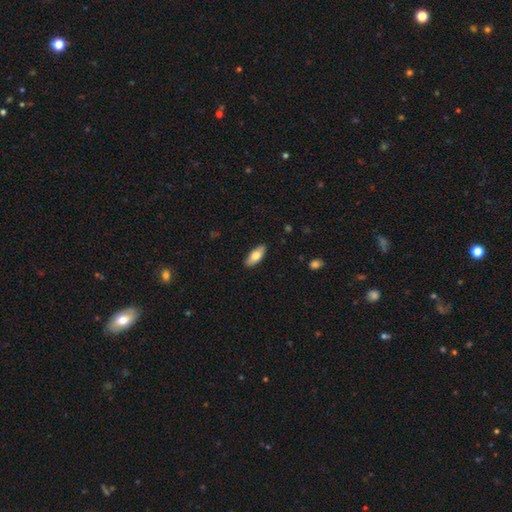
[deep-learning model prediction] Smooth or featured: smooth — 74% (featured or disk — 21%)
How rounded: in between — 82% (cigar-shaped — 16%)
Merging: none — 88% (minor disturbance — 9%)